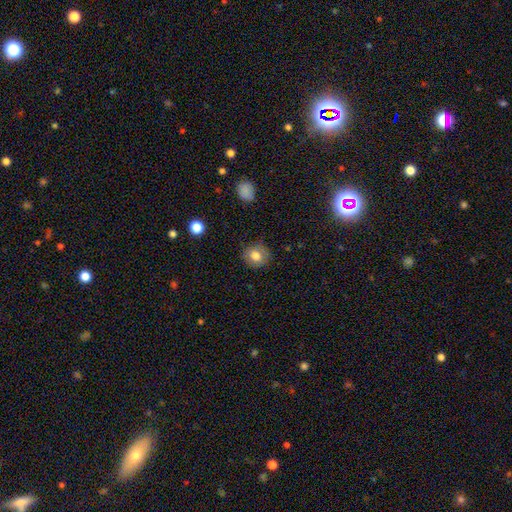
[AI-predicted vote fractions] smooth_or_featured: smooth (p=0.80) [alt: featured or disk p=0.11]
how_rounded: round (p=0.81) [alt: in between p=0.18]
merging: none (p=0.81) [alt: minor disturbance p=0.15]